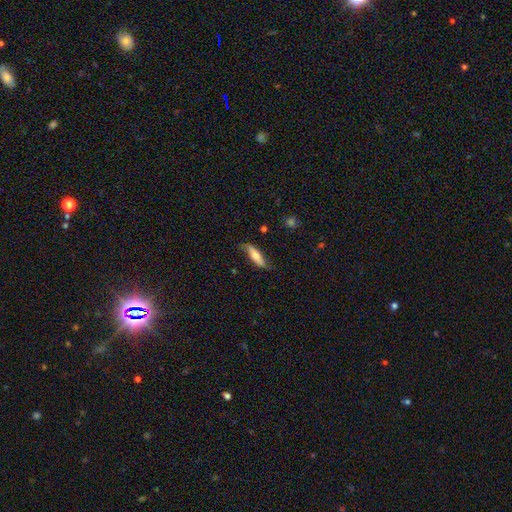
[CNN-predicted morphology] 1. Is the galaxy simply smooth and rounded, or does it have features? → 60% smooth, 34% featured or disk, 6% star or artifact.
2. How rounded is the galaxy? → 61% cigar-shaped, 37% in between, 2% round.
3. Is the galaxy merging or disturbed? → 66% none, 26% minor disturbance, 6% major disturbance, 2% merger.